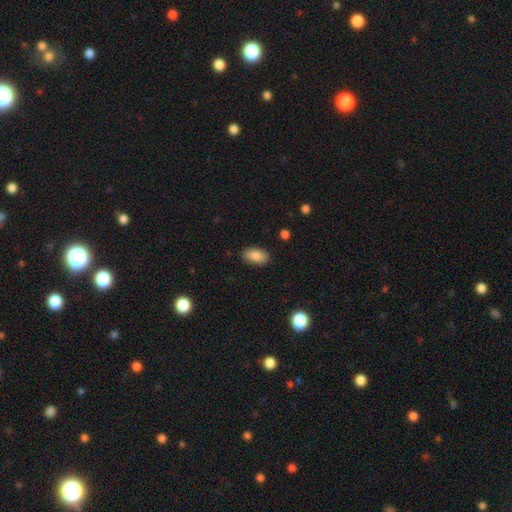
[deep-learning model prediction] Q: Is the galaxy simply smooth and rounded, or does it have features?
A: smooth — 85%.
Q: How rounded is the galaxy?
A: in between — 91%.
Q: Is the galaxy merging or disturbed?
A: none — 88%.